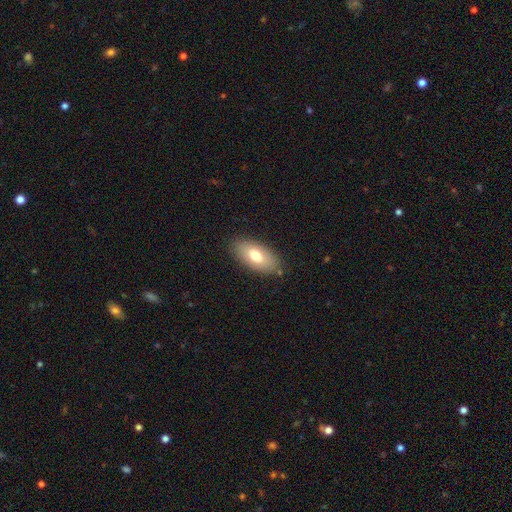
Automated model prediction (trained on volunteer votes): Overall: smooth (72%). How rounded: in between (91%). Merging: none (84%).